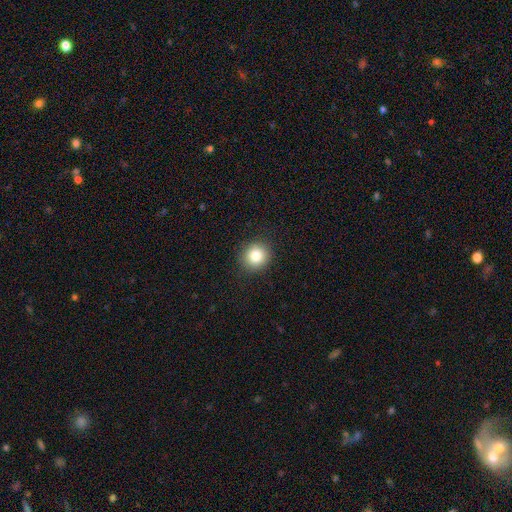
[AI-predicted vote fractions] Smooth or featured? smooth (83%)
How rounded? round (89%)
Merging? none (90%)